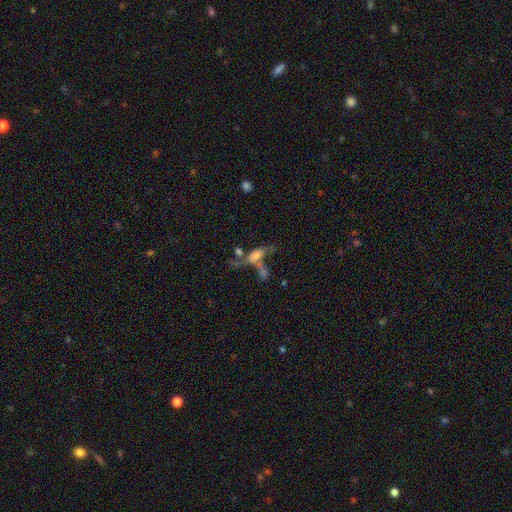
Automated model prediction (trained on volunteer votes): smooth 47%, featured or disk 38%, star or artifact 15%. Down the decision tree: merging — merger (46%).